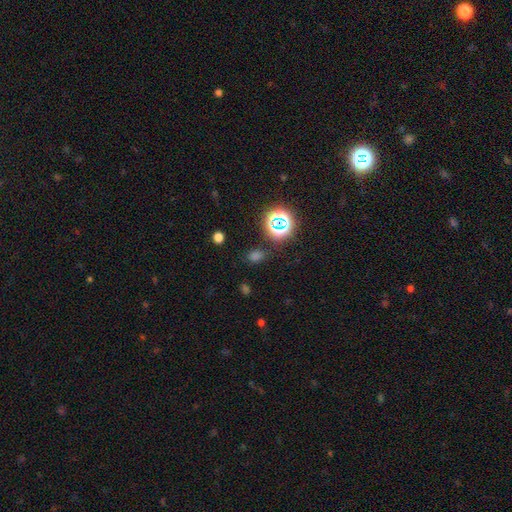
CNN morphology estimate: Smooth or featured: smooth — 53% (star or artifact — 41%)
How rounded: in between — 52% (round — 46%)
Merging: none — 79% (minor disturbance — 12%)